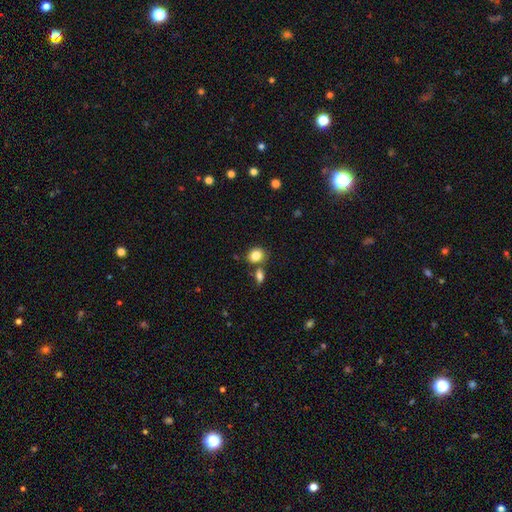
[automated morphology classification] This appears to be a smooth galaxy with no disk features (83%) that is round (58%). Merging: none (66%).